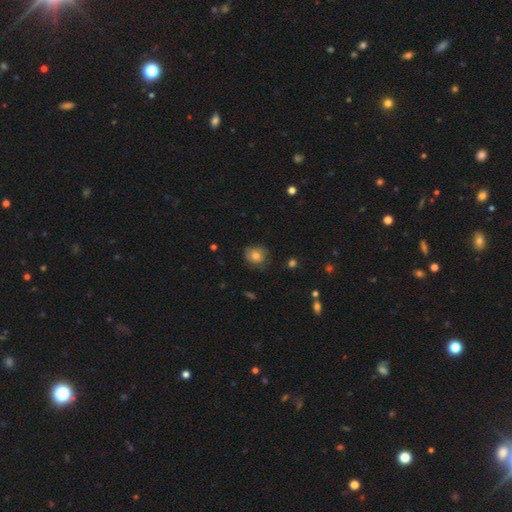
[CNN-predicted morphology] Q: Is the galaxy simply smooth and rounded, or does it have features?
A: smooth — 71%.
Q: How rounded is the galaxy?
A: round — 73%.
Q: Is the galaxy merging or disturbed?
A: none — 70%.